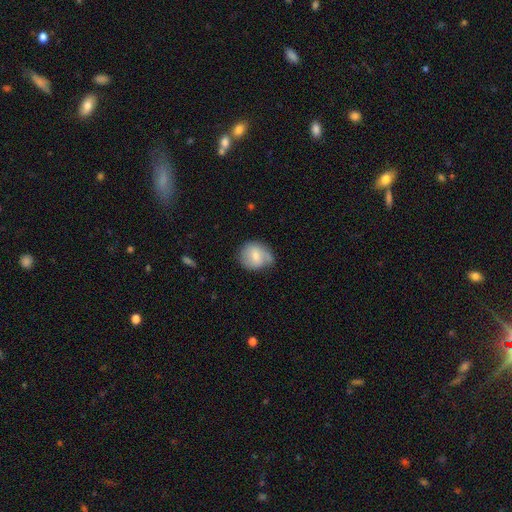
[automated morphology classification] Smooth or featured?
  - smooth: 57% *
  - featured or disk: 35%
  - star or artifact: 7%
How rounded?
  - round: 72% *
  - in between: 27%
  - cigar-shaped: 1%
Merging?
  - none: 51% *
  - minor disturbance: 33%
  - major disturbance: 13%
  - merger: 3%